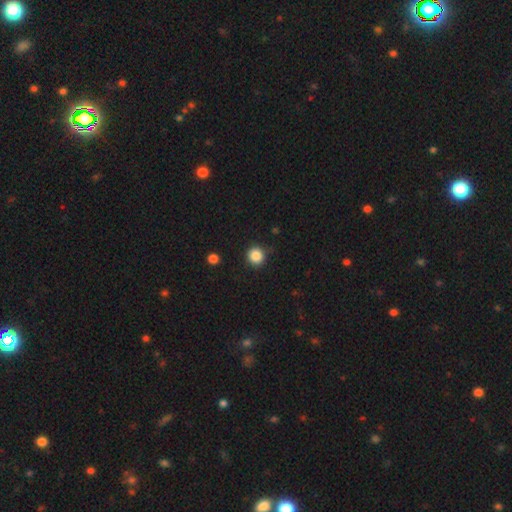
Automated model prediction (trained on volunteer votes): smooth 87%, star or artifact 10%, featured or disk 3%. Down the decision tree: how rounded — round (92%); merging — none (89%).